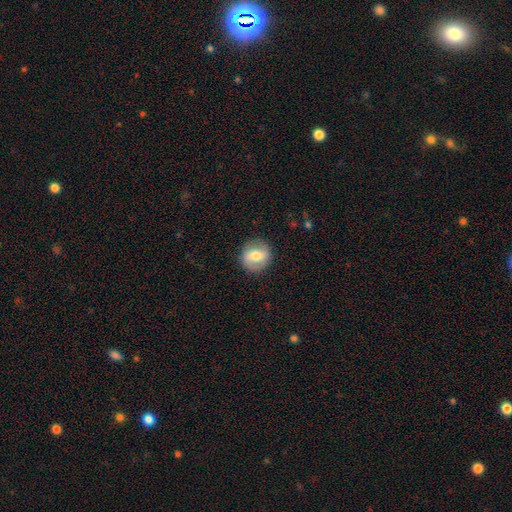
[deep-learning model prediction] This appears to be a smooth galaxy with no disk features (60%) that is round (86%). Merging: none (86%).